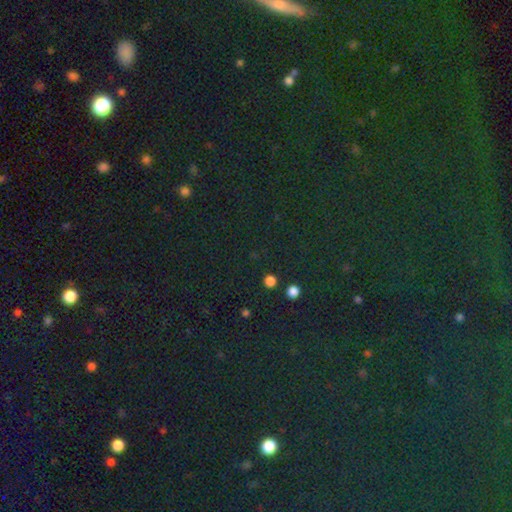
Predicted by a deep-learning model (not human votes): Morphology: type=star or artifact (78%).